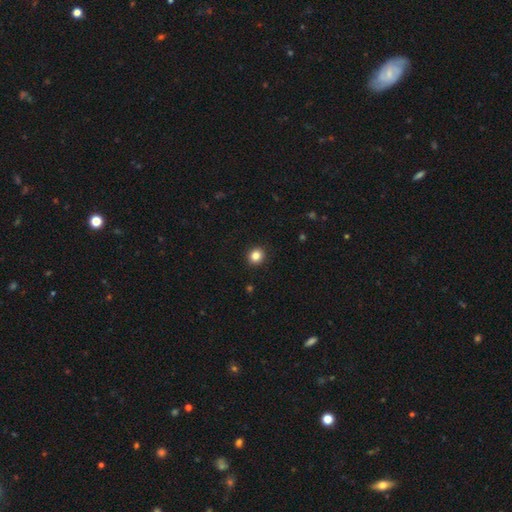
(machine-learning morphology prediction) Smooth or featured?
  - smooth: 85% *
  - star or artifact: 11%
  - featured or disk: 4%
How rounded?
  - round: 83% *
  - in between: 17%
  - cigar-shaped: 1%
Merging?
  - none: 92% *
  - minor disturbance: 5%
  - major disturbance: 2%
  - merger: 1%